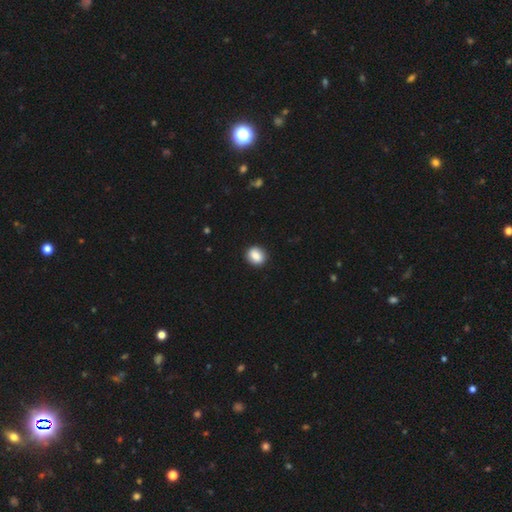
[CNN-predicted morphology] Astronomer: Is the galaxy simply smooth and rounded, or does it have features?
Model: smooth — 85%.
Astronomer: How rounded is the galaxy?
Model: round — 59% (runner-up: in between, 40%).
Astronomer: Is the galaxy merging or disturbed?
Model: none — 90%.